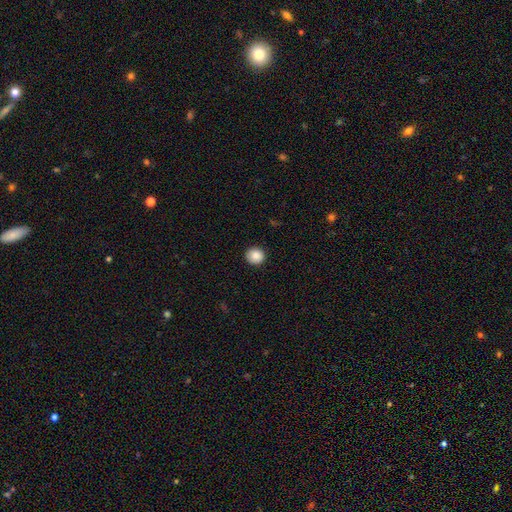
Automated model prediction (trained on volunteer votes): smooth 87%, star or artifact 9%, featured or disk 4%. Down the decision tree: how rounded — round (90%); merging — none (92%).